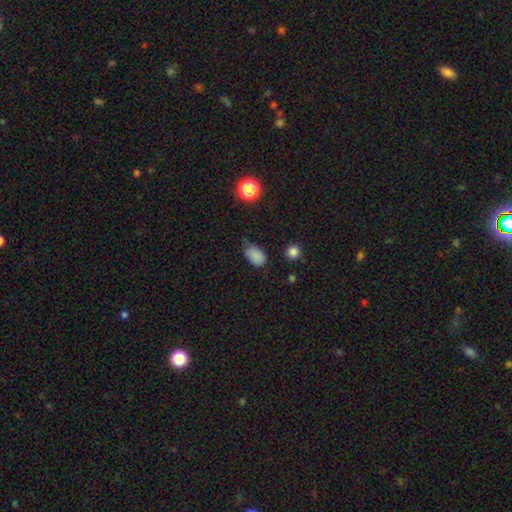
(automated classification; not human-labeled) smooth_or_featured: smooth (p=0.83) [alt: star or artifact p=0.12]
how_rounded: in between (p=0.86) [alt: round p=0.12]
merging: none (p=0.57) [alt: minor disturbance p=0.34]